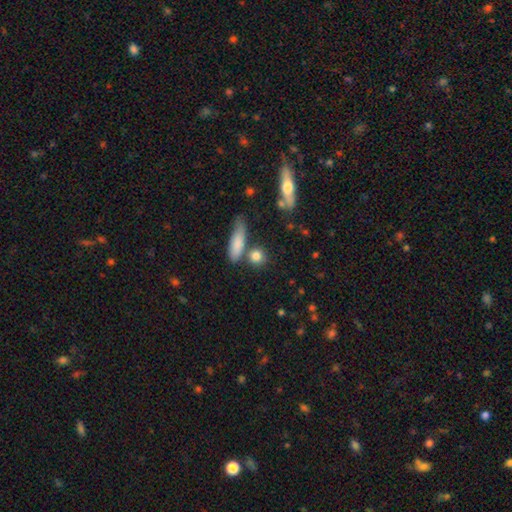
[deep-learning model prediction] Morphology: type=smooth (81%); roundness=round (64%); merging=none (70%).